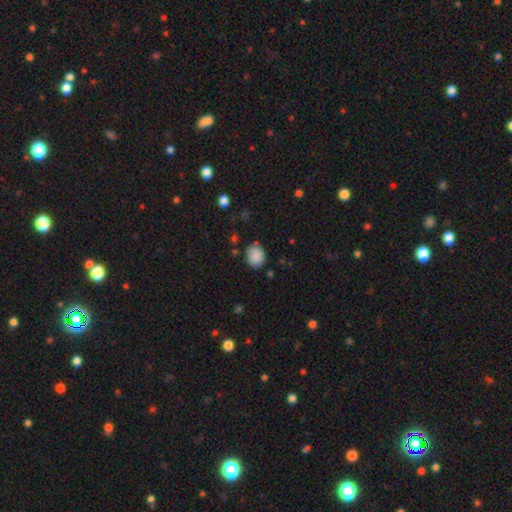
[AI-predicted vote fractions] smooth 88%, star or artifact 8%, featured or disk 4%. Down the decision tree: how rounded — round (56%); merging — none (77%).